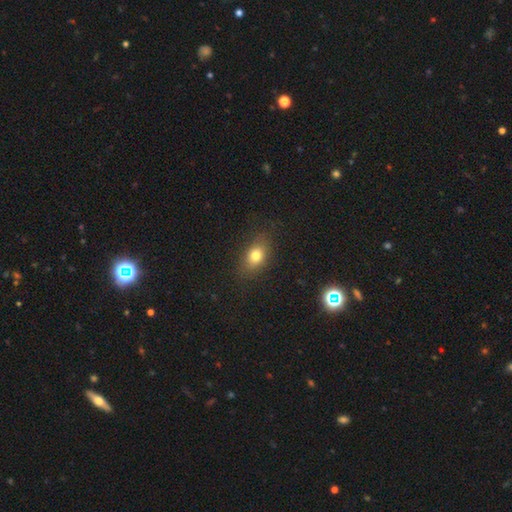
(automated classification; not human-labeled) Smooth or featured? smooth (77%)
How rounded? in between (71%)
Merging? none (84%)